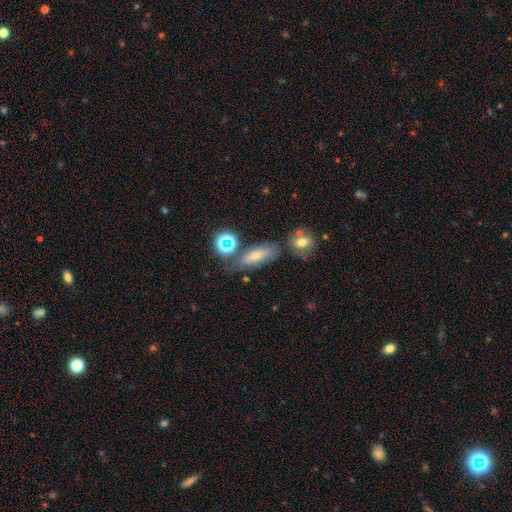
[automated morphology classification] smooth-or-featured: smooth: 50% | featured or disk: 26% | star or artifact: 24%
  merging: none: 60% | minor disturbance: 18% | merger: 14% | major disturbance: 8%